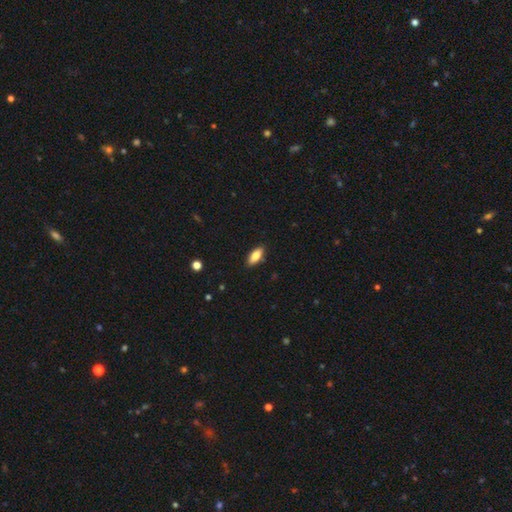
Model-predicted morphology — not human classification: smooth-or-featured: smooth: 83% | featured or disk: 11% | star or artifact: 7%
  how-rounded: in between: 82% | cigar-shaped: 16% | round: 2%
  merging: none: 88% | minor disturbance: 9% | major disturbance: 2% | merger: 1%